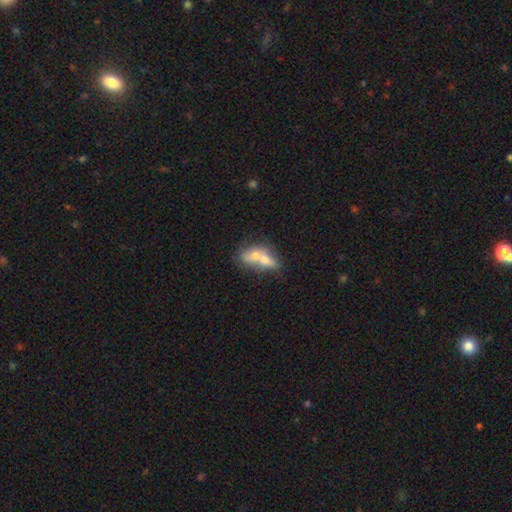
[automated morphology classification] Smooth or featured: smooth — 57% (featured or disk — 33%)
How rounded: in between — 67% (round — 20%)
Merging: merger — 67% (none — 20%)